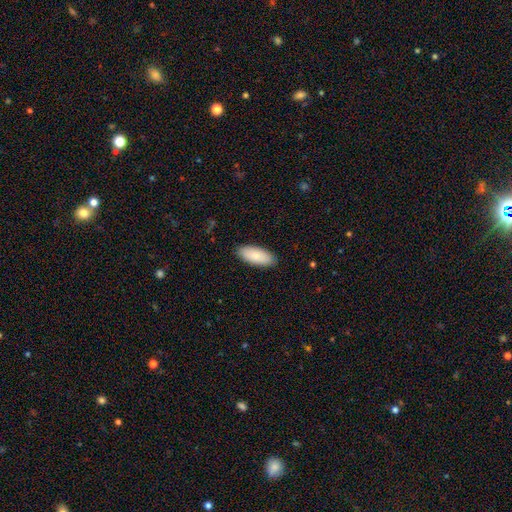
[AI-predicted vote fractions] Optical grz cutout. It shows a smooth galaxy with no disk features (85%) that is in between round and cigar-shaped (87%). Merging: none (88%).